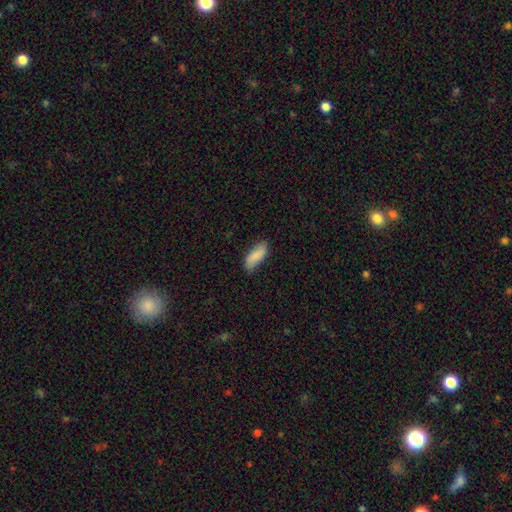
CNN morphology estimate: Smooth or featured? Predicted: smooth (p=0.84). How rounded? Predicted: in between (p=0.75). Merging? Predicted: none (p=0.77).